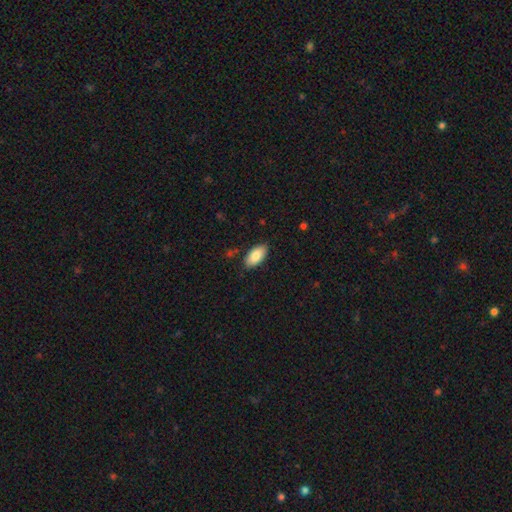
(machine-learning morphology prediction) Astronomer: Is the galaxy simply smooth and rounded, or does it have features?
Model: smooth — 85%.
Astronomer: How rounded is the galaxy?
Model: in between — 93%.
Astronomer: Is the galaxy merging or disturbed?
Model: none — 85%.